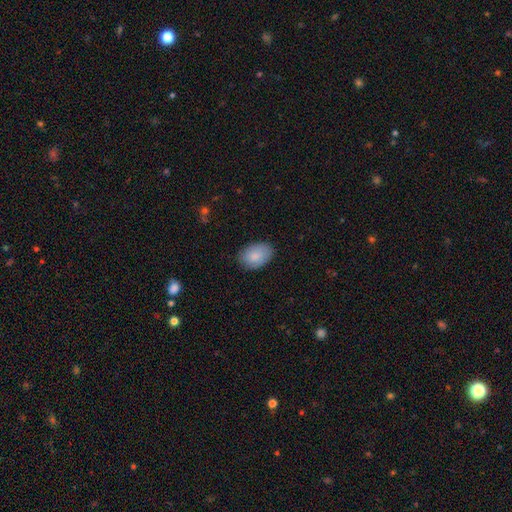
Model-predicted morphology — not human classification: Smooth or featured? Predicted: smooth (p=0.85). How rounded? Predicted: in between (p=0.88). Merging? Predicted: none (p=0.82).